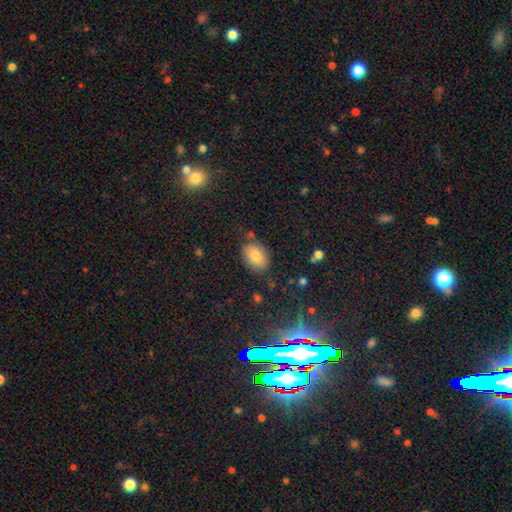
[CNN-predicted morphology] type=smooth (79%); roundness=in between (80%); merging=none (79%).